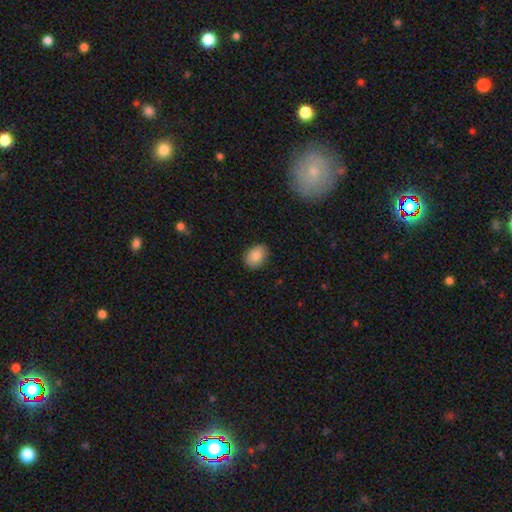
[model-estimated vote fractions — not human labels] Morphology: type=smooth (87%); roundness=in between (73%); merging=none (86%).